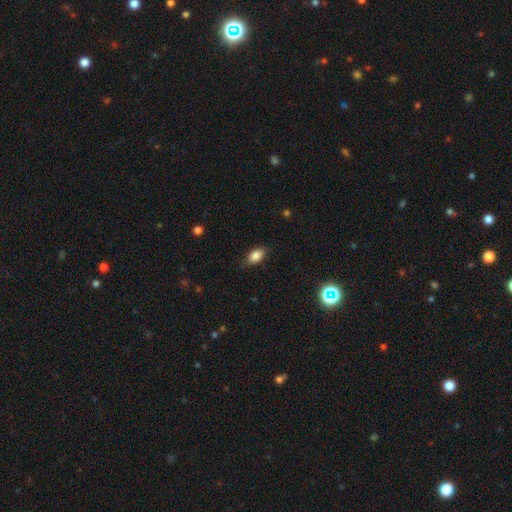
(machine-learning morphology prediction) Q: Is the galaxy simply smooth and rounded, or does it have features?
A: smooth — 83%.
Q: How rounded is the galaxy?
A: in between — 88%.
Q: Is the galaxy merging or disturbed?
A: none — 80%.